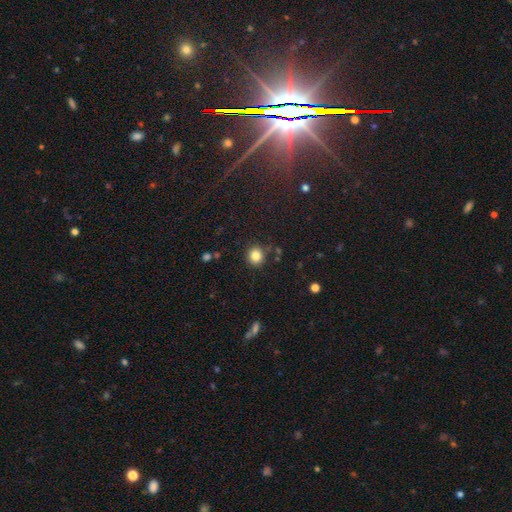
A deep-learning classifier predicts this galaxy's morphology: smooth-or-featured: smooth: 83% | star or artifact: 11% | featured or disk: 5%
  how-rounded: round: 89% | in between: 10% | cigar-shaped: 1%
  merging: none: 86% | minor disturbance: 8% | merger: 3% | major disturbance: 3%